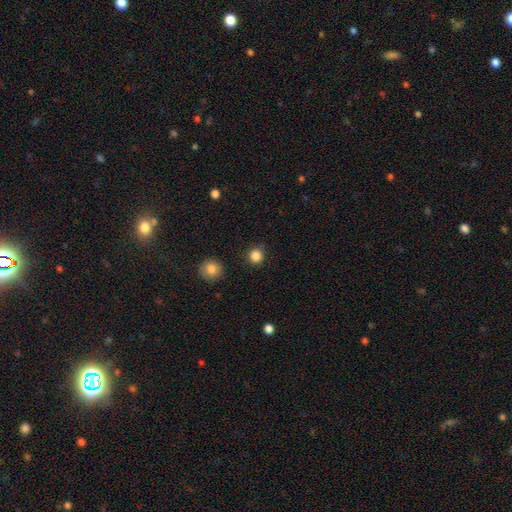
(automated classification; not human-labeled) Morphology: type=smooth (85%); roundness=round (88%); merging=none (87%).